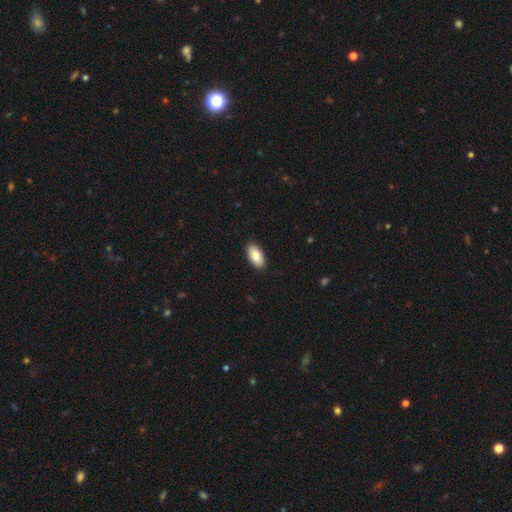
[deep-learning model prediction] Smooth or featured? smooth (83%)
How rounded? in between (94%)
Merging? none (90%)